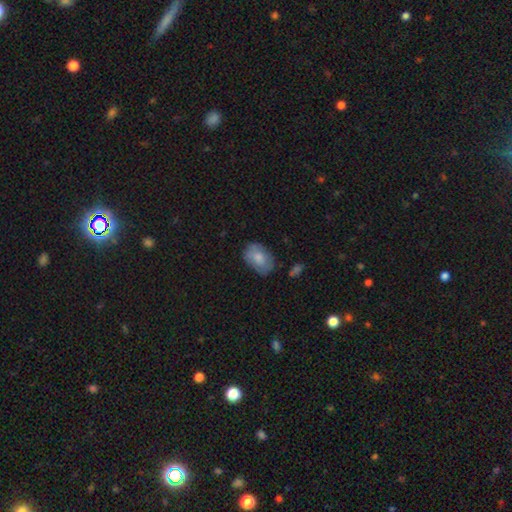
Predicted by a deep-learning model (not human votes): smooth 75%, featured or disk 18%, star or artifact 7%. Down the decision tree: how rounded — in between (87%); merging — none (75%).